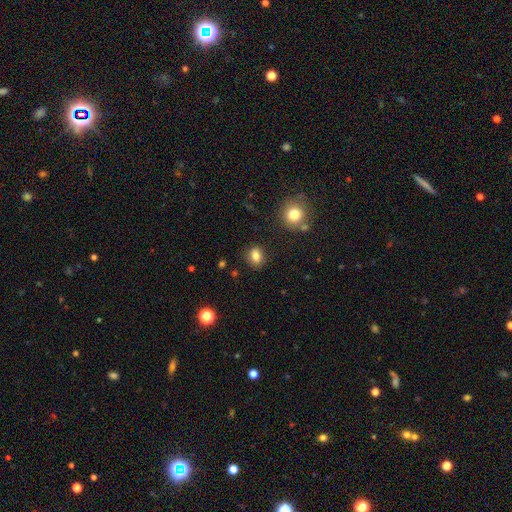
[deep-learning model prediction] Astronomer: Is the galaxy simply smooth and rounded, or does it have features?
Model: smooth — 82%.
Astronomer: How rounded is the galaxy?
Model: in between — 54% (runner-up: round, 44%).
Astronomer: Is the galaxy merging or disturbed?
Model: none — 85%.